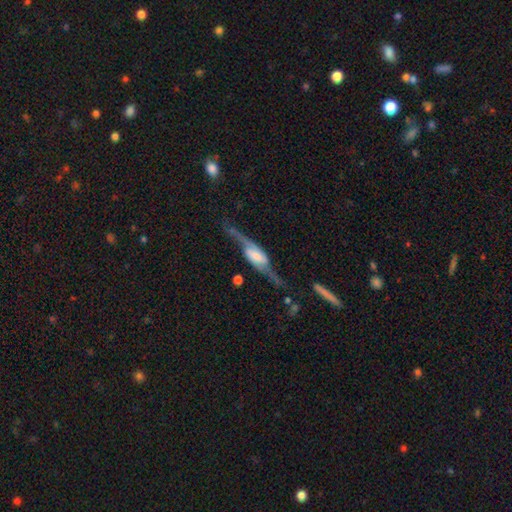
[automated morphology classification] The model was most divided on "bulge size": small: 29%, moderate: 27%, large: 22%, none: 15%, dominant: 7%. Remaining: spiral arm count — 2 (92%); spiral arms — yes (91%); smooth or featured — featured or disk (84%); spiral winding — loose (75%); edge-on disk — no (66%); merging — none (59%); bar — strong (39%).